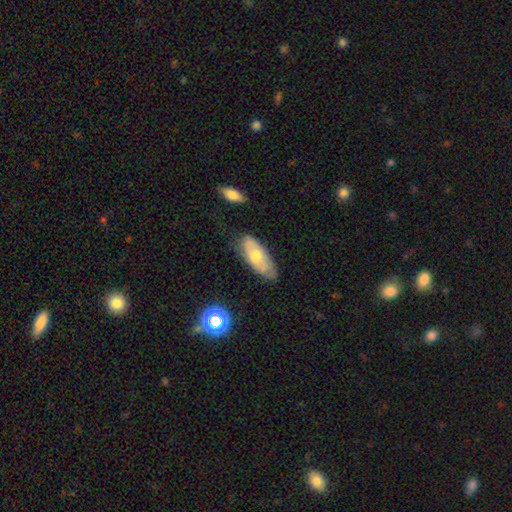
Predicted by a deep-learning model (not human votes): The model was most divided on "smooth or featured": smooth: 52%, featured or disk: 41%, star or artifact: 7%. More confident: how rounded — in between (81%); merging — none (71%).